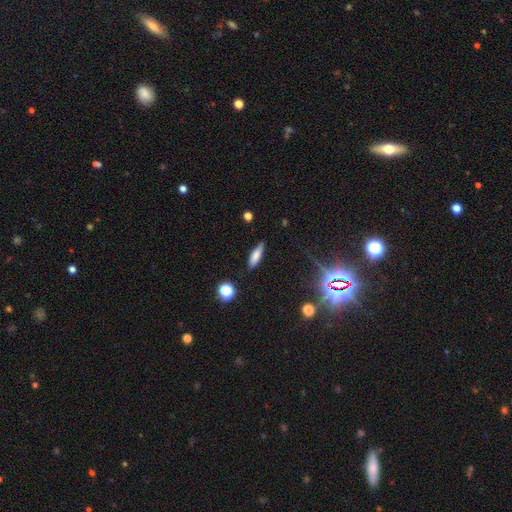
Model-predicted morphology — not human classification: Smooth or featured? Predicted: smooth (p=0.71). How rounded? Predicted: cigar-shaped (p=0.54). Merging? Predicted: none (p=0.81).